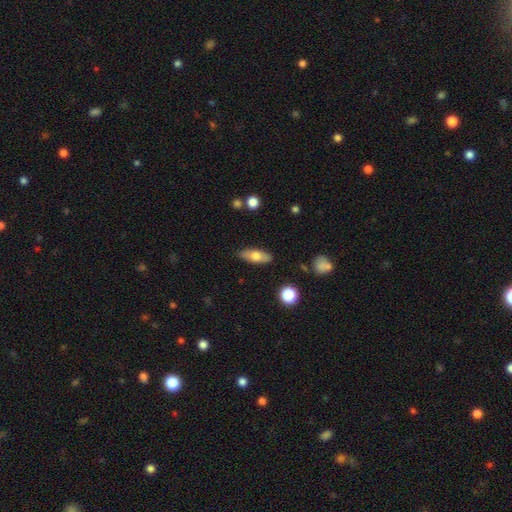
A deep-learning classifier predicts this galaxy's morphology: This appears to be a smooth galaxy with no disk features (67%) that is in between round and cigar-shaped (72%). Merging: none (86%).